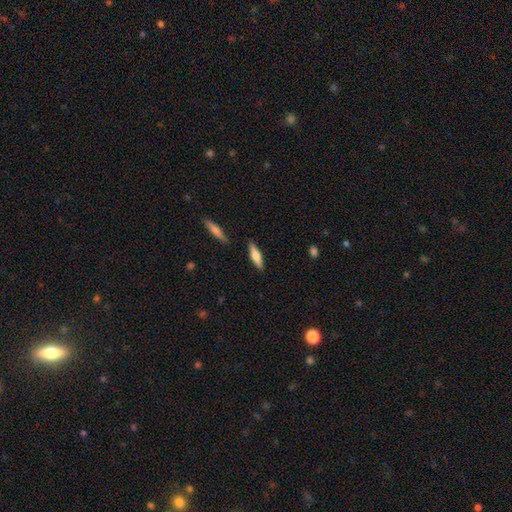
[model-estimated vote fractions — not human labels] A smooth galaxy with no disk features (65%) that is cigar-shaped (66%).

Vote fractions:
- Smooth or featured? smooth: 65% / featured or disk: 29% / star or artifact: 6%
- How rounded? cigar-shaped: 66% / in between: 32% / round: 2%
- Merging? none: 87% / minor disturbance: 9% / merger: 2% / major disturbance: 2%